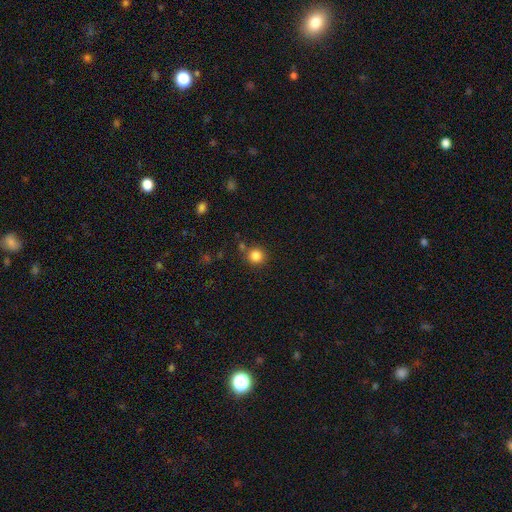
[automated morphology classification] Smooth or featured? Predicted: smooth (p=0.83). How rounded? Predicted: round (p=0.92). Merging? Predicted: none (p=0.78).